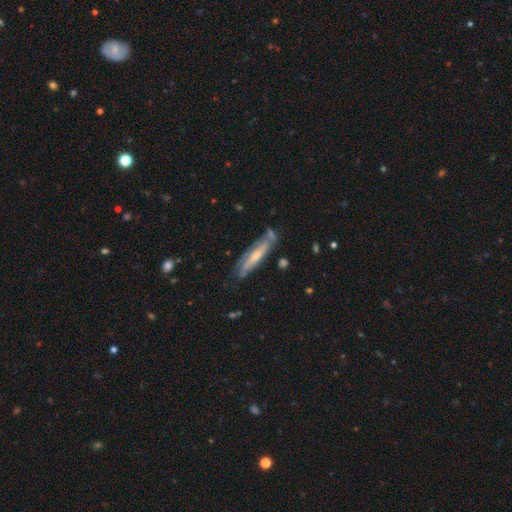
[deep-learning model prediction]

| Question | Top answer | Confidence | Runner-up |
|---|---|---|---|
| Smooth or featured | featured or disk | 65% | smooth (30%) |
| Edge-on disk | no | 52% | yes (48%) |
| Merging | none | 67% | minor disturbance (22%) |